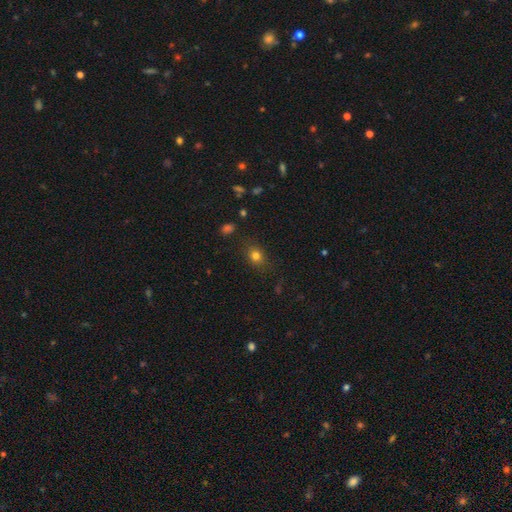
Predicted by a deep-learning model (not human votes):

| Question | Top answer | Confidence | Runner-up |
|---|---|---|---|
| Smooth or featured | smooth | 78% | star or artifact (14%) |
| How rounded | round | 54% | in between (45%) |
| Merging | none | 81% | minor disturbance (13%) |